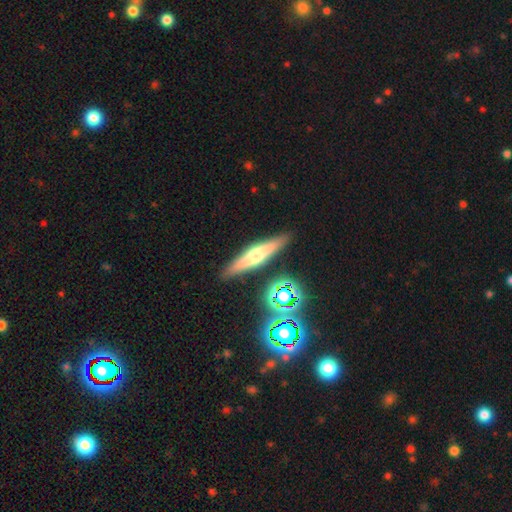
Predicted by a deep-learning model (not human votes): Smooth or featured? featured or disk (52%)
Edge-on disk? yes (92%)
Merging? none (88%)